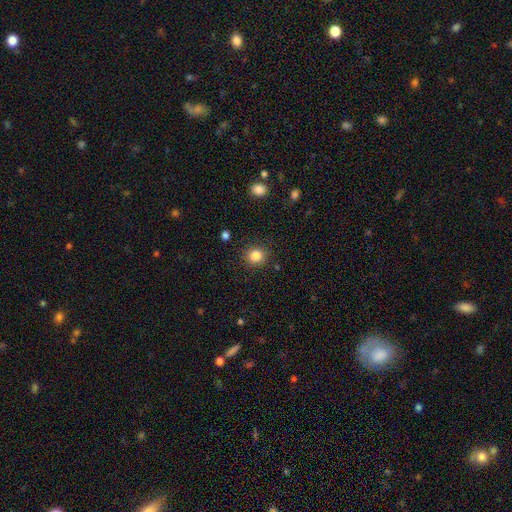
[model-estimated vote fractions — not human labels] Smooth or featured?
  - smooth: 84% *
  - star or artifact: 11%
  - featured or disk: 5%
How rounded?
  - round: 86% *
  - in between: 13%
  - cigar-shaped: 1%
Merging?
  - none: 89% *
  - minor disturbance: 7%
  - major disturbance: 2%
  - merger: 1%